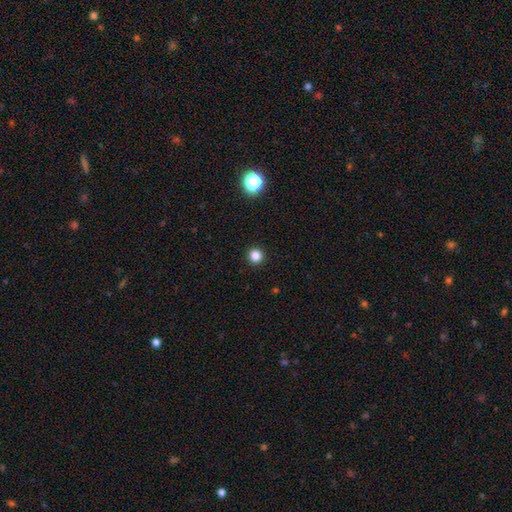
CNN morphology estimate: Smooth or featured? Predicted: smooth (p=0.84). How rounded? Predicted: round (p=0.95). Merging? Predicted: none (p=0.93).